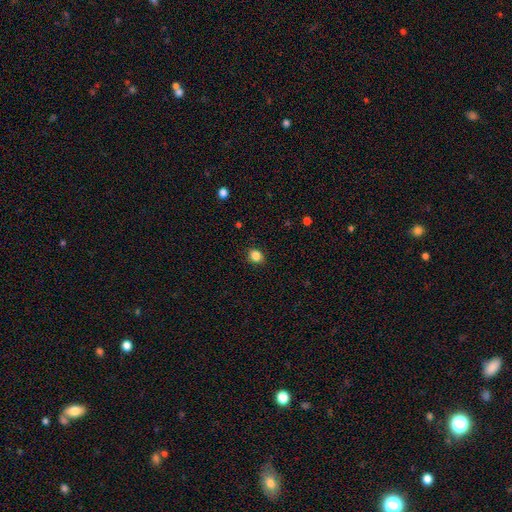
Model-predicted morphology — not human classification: A smooth galaxy with no disk features (85%) that is round (64%).

Vote fractions:
- Smooth or featured? smooth: 85% / star or artifact: 11% / featured or disk: 4%
- How rounded? round: 64% / in between: 35% / cigar-shaped: 1%
- Merging? none: 88% / minor disturbance: 9% / major disturbance: 2% / merger: 1%